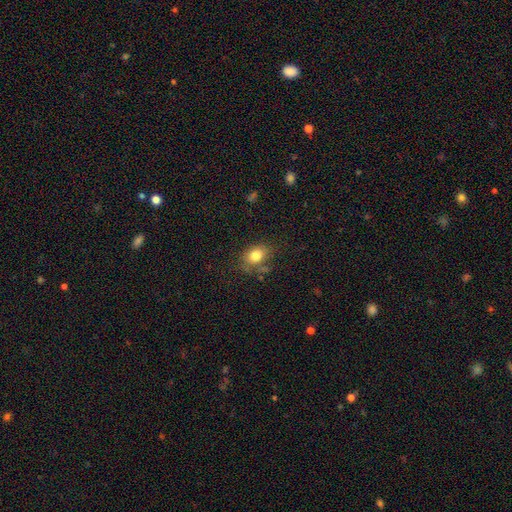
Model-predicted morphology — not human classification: Smooth or featured? Predicted: smooth (p=0.79). How rounded? Predicted: in between (p=0.65). Merging? Predicted: none (p=0.70).